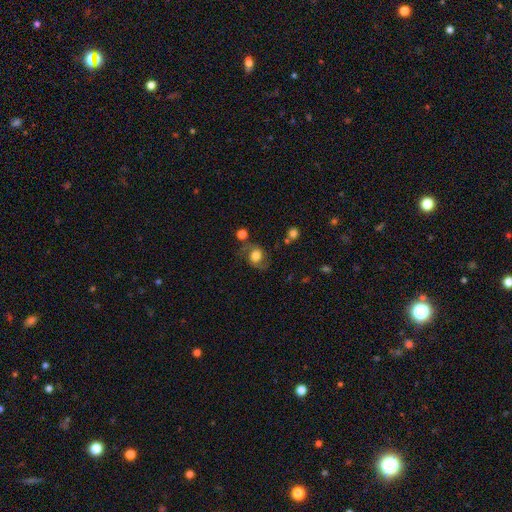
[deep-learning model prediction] smooth_or_featured: smooth (p=0.53) [alt: featured or disk p=0.37]
how_rounded: round (p=0.62) [alt: in between p=0.36]
merging: none (p=0.61) [alt: minor disturbance p=0.20]